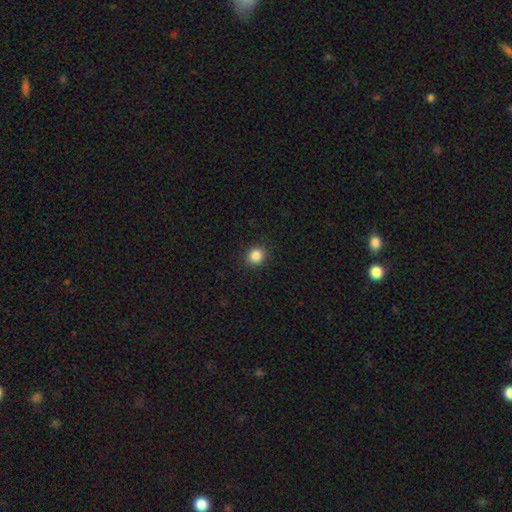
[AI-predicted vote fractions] Smooth or featured: smooth — 85% (star or artifact — 11%)
How rounded: round — 83% (in between — 16%)
Merging: none — 91% (minor disturbance — 7%)